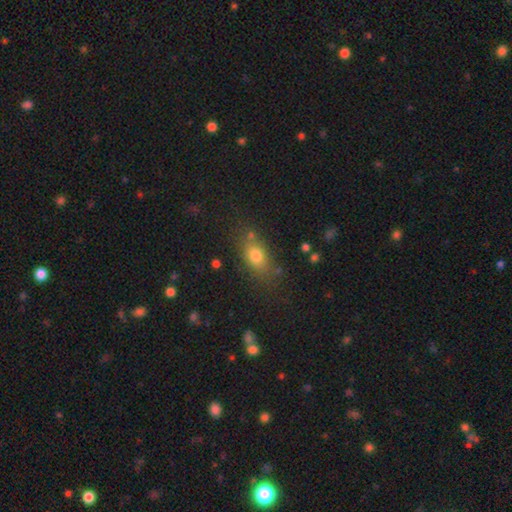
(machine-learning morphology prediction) A smooth galaxy with no disk features (76%) that is in between round and cigar-shaped (75%).

Vote fractions:
- Smooth or featured? smooth: 76% / star or artifact: 12% / featured or disk: 12%
- How rounded? in between: 75% / round: 18% / cigar-shaped: 7%
- Merging? none: 71% / minor disturbance: 17% / major disturbance: 7% / merger: 6%